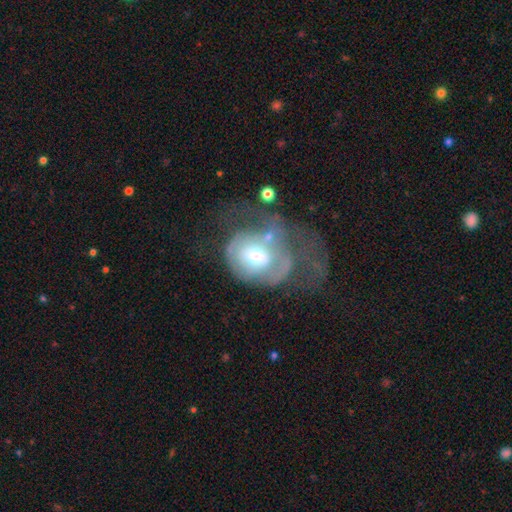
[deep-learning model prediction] featured or disk 55%, smooth 37%, star or artifact 8%. Down the decision tree: edge-on disk — no (96%); bar — no (66%); spiral arms — no (52%); bulge size — moderate (61%); merging — major disturbance (57%).